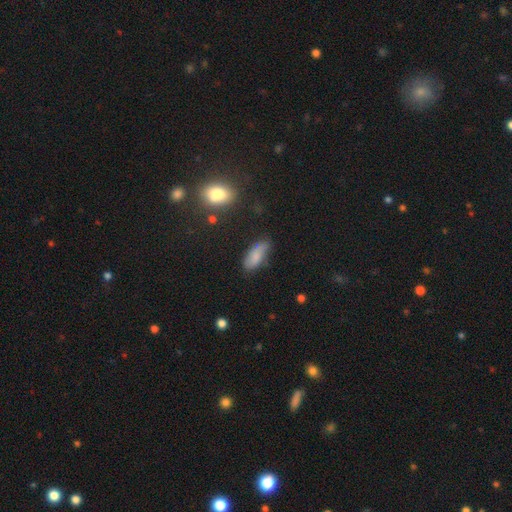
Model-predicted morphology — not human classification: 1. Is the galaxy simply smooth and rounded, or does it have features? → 77% smooth, 14% featured or disk, 9% star or artifact.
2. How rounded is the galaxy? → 81% in between, 17% cigar-shaped, 3% round.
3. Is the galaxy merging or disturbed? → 64% none, 27% minor disturbance, 7% major disturbance, 3% merger.